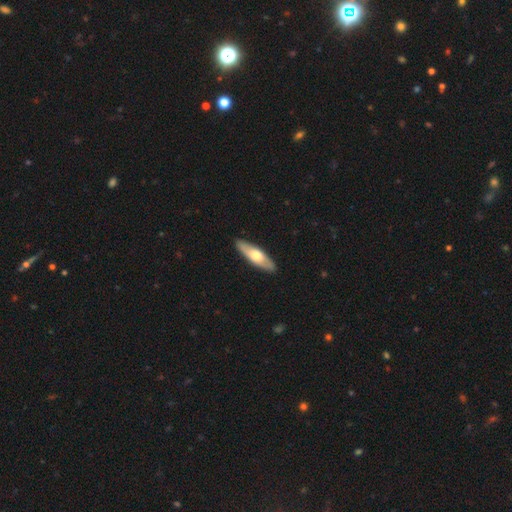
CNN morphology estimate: A smooth galaxy with no disk features (52%) that is cigar-shaped (57%). Merging: none (90%).